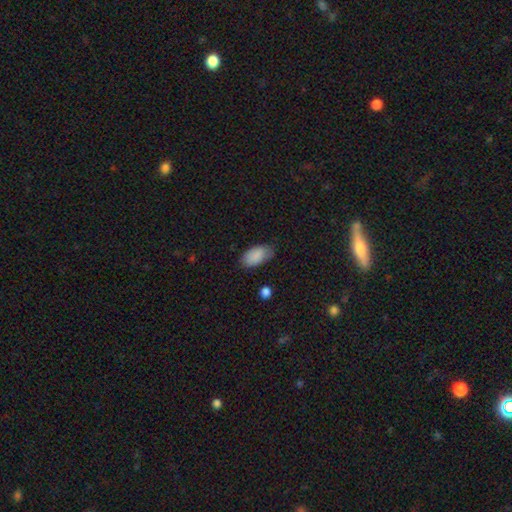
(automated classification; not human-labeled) smooth 88%, star or artifact 7%, featured or disk 5%. Down the decision tree: how rounded — in between (94%); merging — none (76%).